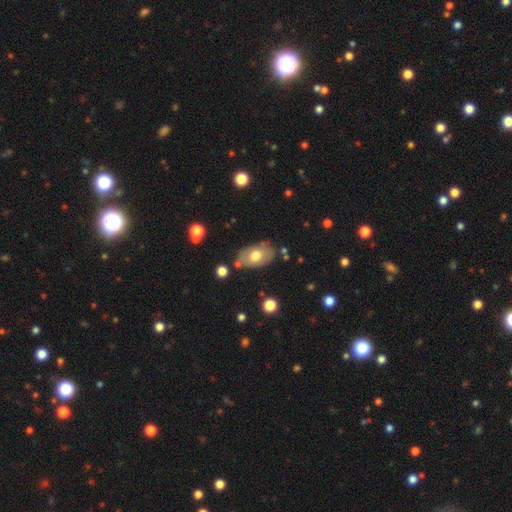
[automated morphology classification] The model was most divided on "smooth or featured": smooth: 64%, featured or disk: 29%, star or artifact: 7%. More confident: how rounded — in between (90%); merging — none (74%).